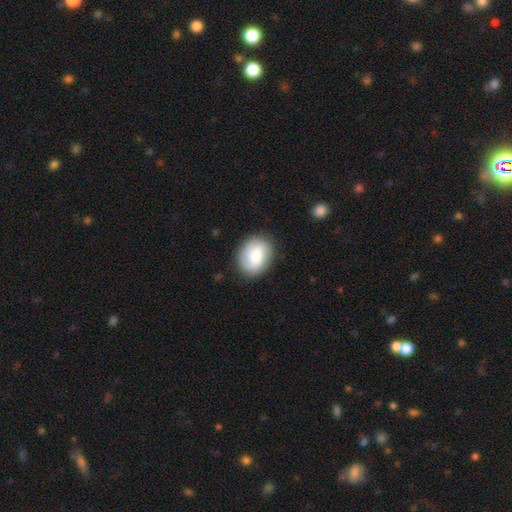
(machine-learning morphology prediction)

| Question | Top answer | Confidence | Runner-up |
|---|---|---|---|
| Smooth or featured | smooth | 74% | featured or disk (20%) |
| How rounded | in between | 57% | round (42%) |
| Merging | none | 84% | minor disturbance (11%) |